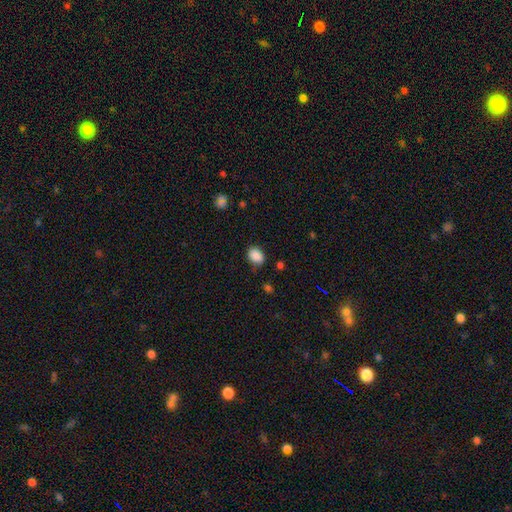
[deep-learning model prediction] This is clearly a smooth galaxy (88%). How rounded: likely in between (64%). Merging: likely none (78%).